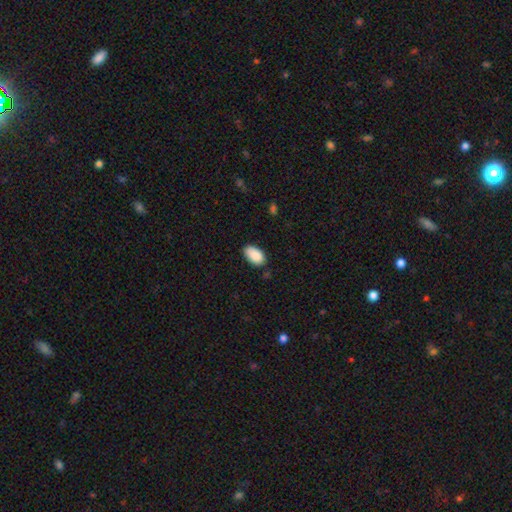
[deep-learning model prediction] Q: Smooth or featured?
A: smooth (89%); runner-up: star or artifact (7%)
Q: How rounded?
A: in between (94%); runner-up: round (4%)
Q: Merging?
A: none (77%); runner-up: minor disturbance (19%)